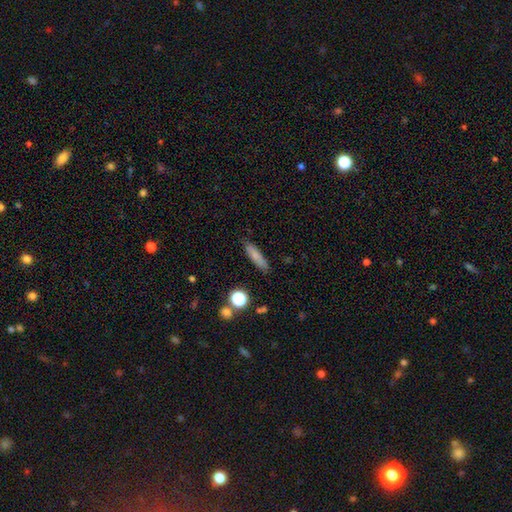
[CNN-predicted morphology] This appears to be a smooth galaxy with no disk features (77%) that is cigar-shaped (74%). Merging: none (85%).